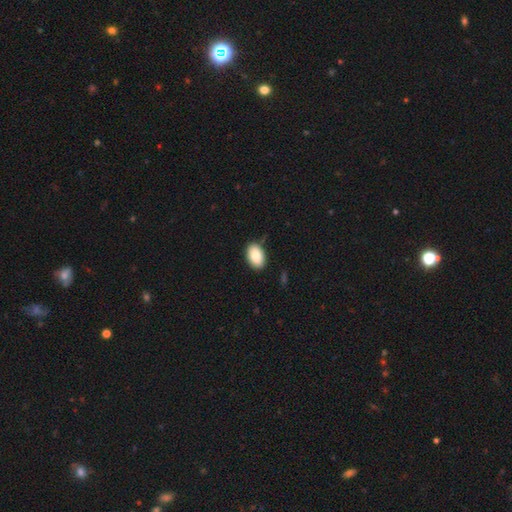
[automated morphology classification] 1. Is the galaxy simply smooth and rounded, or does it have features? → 84% smooth, 9% featured or disk, 7% star or artifact.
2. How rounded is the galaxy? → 91% in between, 8% round, 1% cigar-shaped.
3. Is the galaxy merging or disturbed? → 86% none, 10% minor disturbance, 2% major disturbance, 1% merger.